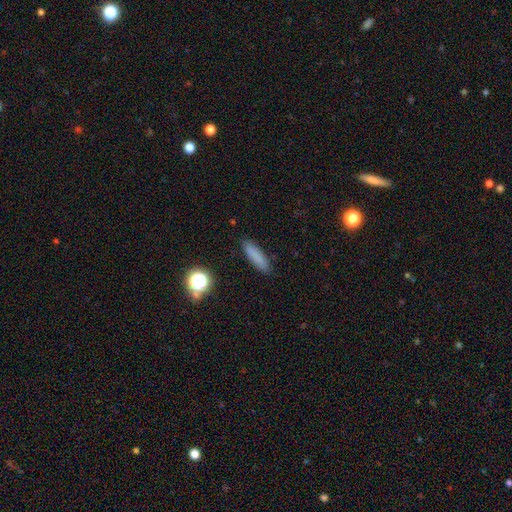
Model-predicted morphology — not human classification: A smooth galaxy with no disk features (81%) that is cigar-shaped (74%). Merging: none (88%).